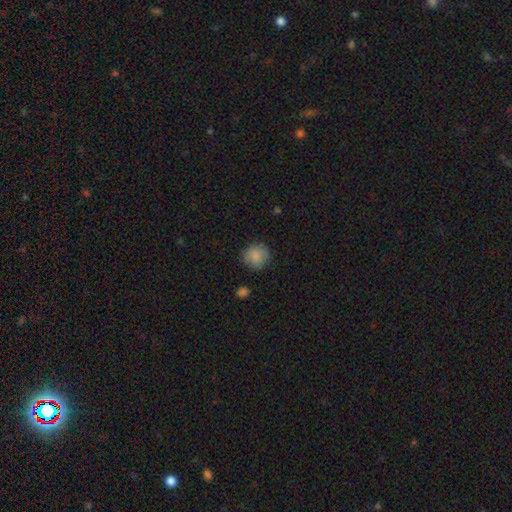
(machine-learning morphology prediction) Q: Smooth or featured?
A: smooth (87%); runner-up: star or artifact (8%)
Q: How rounded?
A: round (89%); runner-up: in between (10%)
Q: Merging?
A: none (84%); runner-up: minor disturbance (11%)